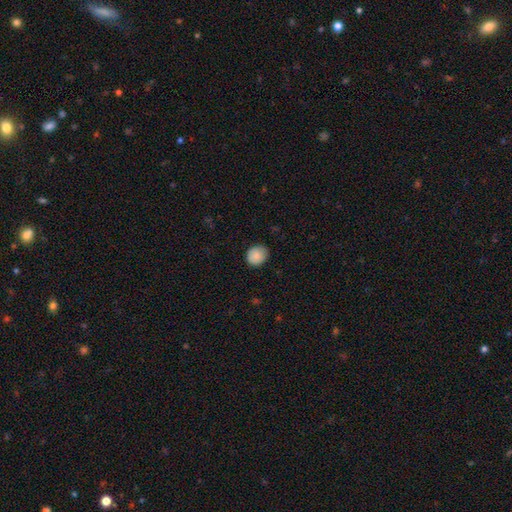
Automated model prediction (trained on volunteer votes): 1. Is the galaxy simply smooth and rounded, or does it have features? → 85% smooth, 8% star or artifact, 7% featured or disk.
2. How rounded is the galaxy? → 73% round, 26% in between, 1% cigar-shaped.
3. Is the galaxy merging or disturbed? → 84% none, 13% minor disturbance, 2% major disturbance, 1% merger.